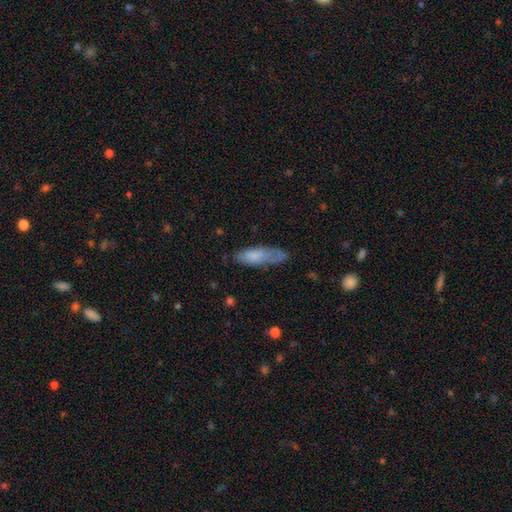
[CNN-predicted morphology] Smooth or featured? Predicted: smooth (p=0.73). How rounded? Predicted: in between (p=0.50). Merging? Predicted: none (p=0.52).